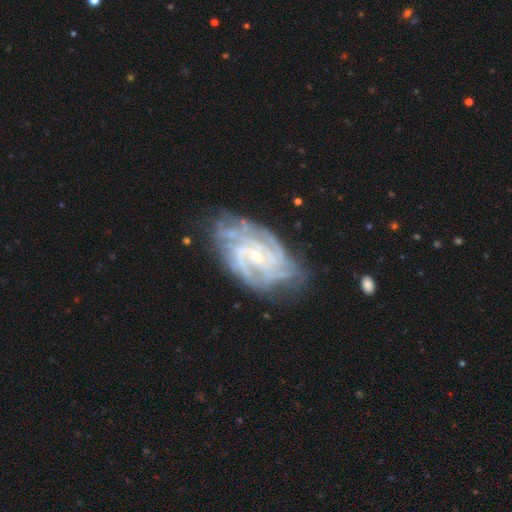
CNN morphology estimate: Overall: featured or disk (88%). Edge-on disk: no (97%). Bar: no (55%; weak 36%). Spiral arms: yes (96%). Spiral arm count: can't tell (26%; 4 25%). Spiral winding: tight (63%; medium 31%). Bulge size: small (78%). Merging: none (69%).